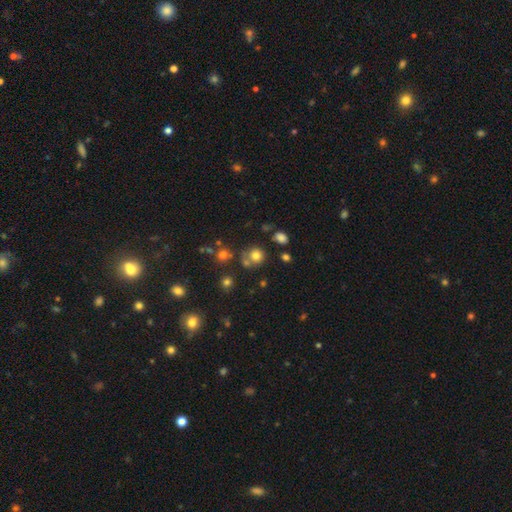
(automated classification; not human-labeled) Q: Smooth or featured?
A: smooth (74%); runner-up: star or artifact (17%)
Q: How rounded?
A: round (87%); runner-up: in between (12%)
Q: Merging?
A: none (66%); runner-up: merger (17%)